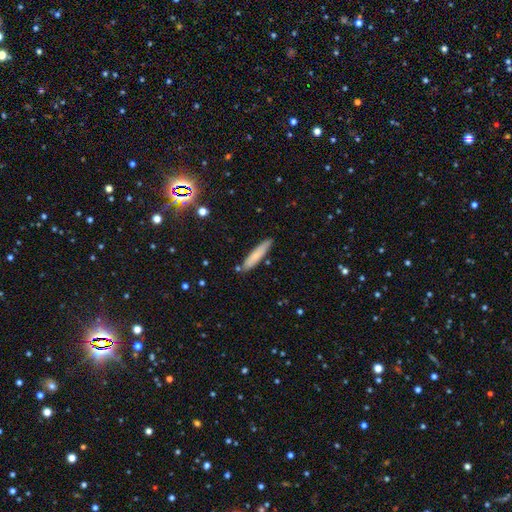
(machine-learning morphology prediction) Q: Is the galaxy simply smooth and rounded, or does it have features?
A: smooth — 74%.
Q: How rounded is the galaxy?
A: cigar-shaped — 88%.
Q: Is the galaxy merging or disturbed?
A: none — 83%.